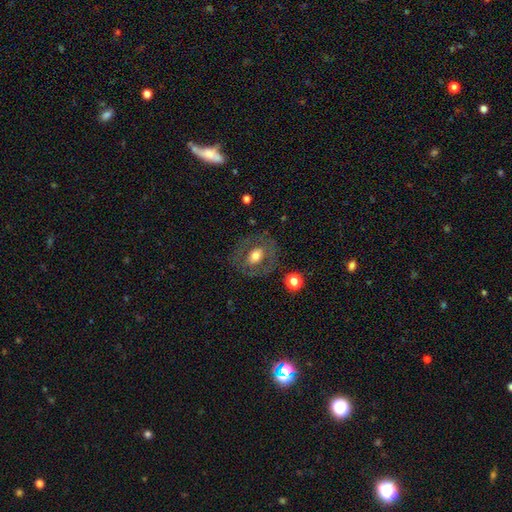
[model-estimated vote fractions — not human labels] A smooth galaxy with no disk features (47%).

Vote fractions:
- Smooth or featured? smooth: 47% / featured or disk: 45% / star or artifact: 8%
- Merging? none: 77% / minor disturbance: 13% / major disturbance: 8% / merger: 2%